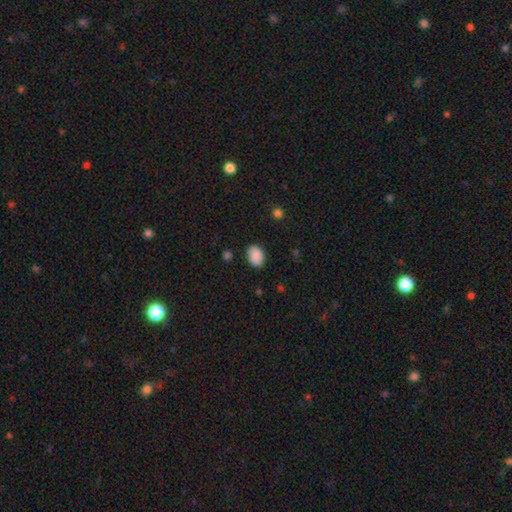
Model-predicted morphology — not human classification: Smooth or featured?
  - smooth: 89% *
  - star or artifact: 7%
  - featured or disk: 4%
How rounded?
  - in between: 77% *
  - round: 22%
  - cigar-shaped: 1%
Merging?
  - none: 86% *
  - minor disturbance: 10%
  - major disturbance: 2%
  - merger: 1%